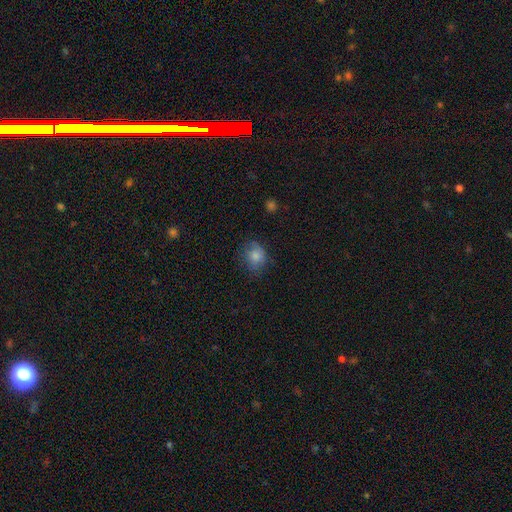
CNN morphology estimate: Q: Smooth or featured?
A: smooth (80%); runner-up: featured or disk (11%)
Q: How rounded?
A: round (61%); runner-up: in between (38%)
Q: Merging?
A: none (66%); runner-up: minor disturbance (24%)